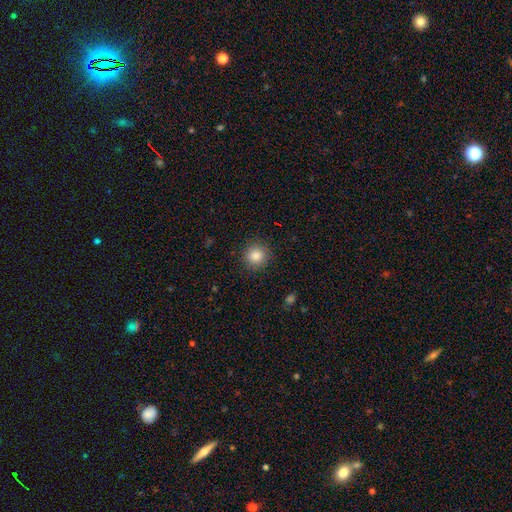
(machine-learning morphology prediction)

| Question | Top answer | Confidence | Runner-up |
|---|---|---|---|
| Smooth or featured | smooth | 84% | star or artifact (10%) |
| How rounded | round | 92% | in between (7%) |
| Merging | none | 90% | minor disturbance (7%) |